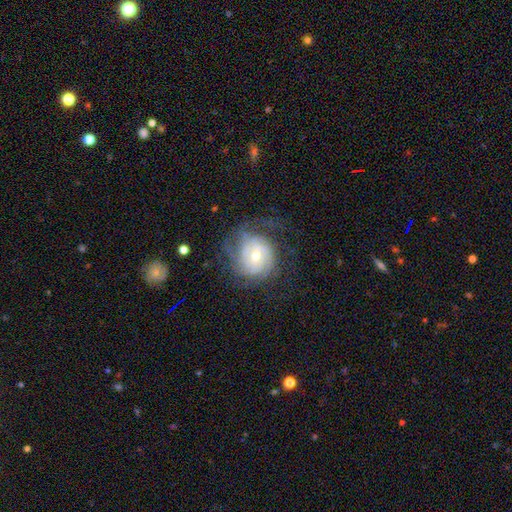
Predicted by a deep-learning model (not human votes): smooth_or_featured: featured or disk (p=0.77) [alt: smooth p=0.16]
disk_edge_on: no (p=0.97) [alt: yes p=0.03]
bar: no (p=0.67) [alt: weak p=0.27]
has_spiral_arms: yes (p=0.90) [alt: no p=0.10]
spiral_winding: tight (p=0.64) [alt: medium p=0.26]
spiral_arm_count: can't tell (p=0.43) [alt: 2 p=0.19]
bulge_size: moderate (p=0.50) [alt: small p=0.45]
merging: none (p=0.61) [alt: major disturbance p=0.19]